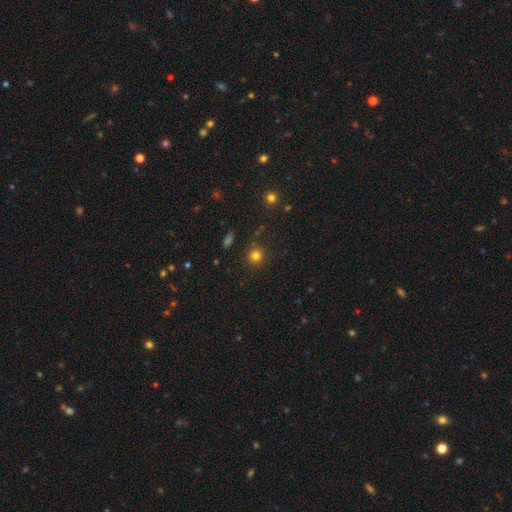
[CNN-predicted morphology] smooth 78%, star or artifact 16%, featured or disk 6%. Down the decision tree: how rounded — round (90%); merging — none (85%).